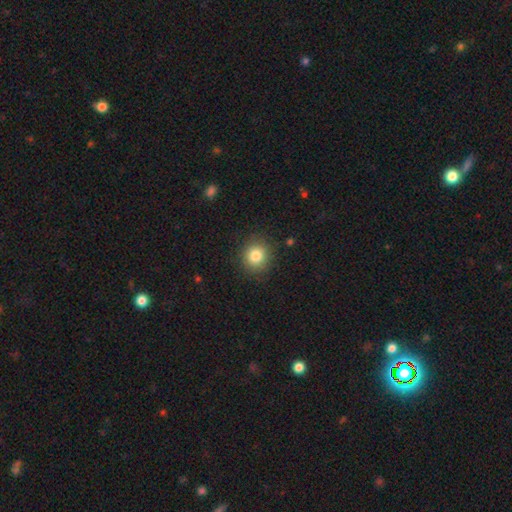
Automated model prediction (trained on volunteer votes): The model was most divided on "how rounded": round: 84%, in between: 15%, cigar-shaped: 1%. More confident: merging — none (87%); smooth or featured — smooth (83%).